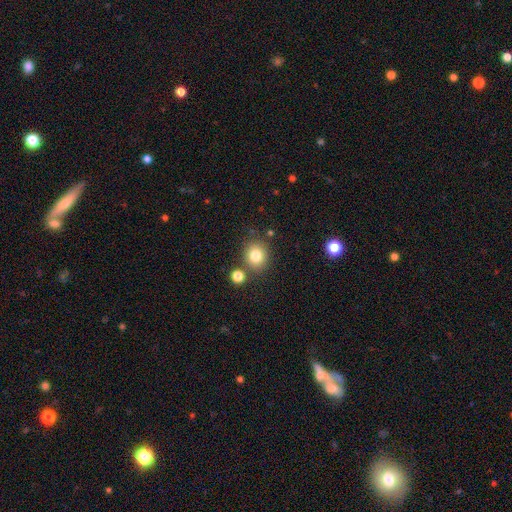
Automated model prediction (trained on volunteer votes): A smooth galaxy with no disk features (81%) that is round (80%). Merging: none (78%).